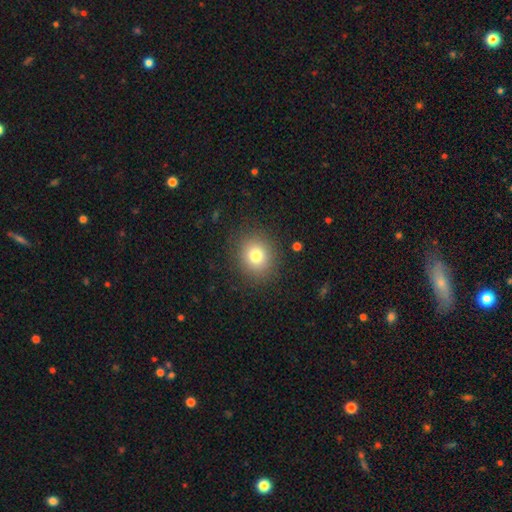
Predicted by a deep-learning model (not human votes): This appears to be a smooth galaxy with no disk features (78%) that is round (82%). Merging: none (88%).